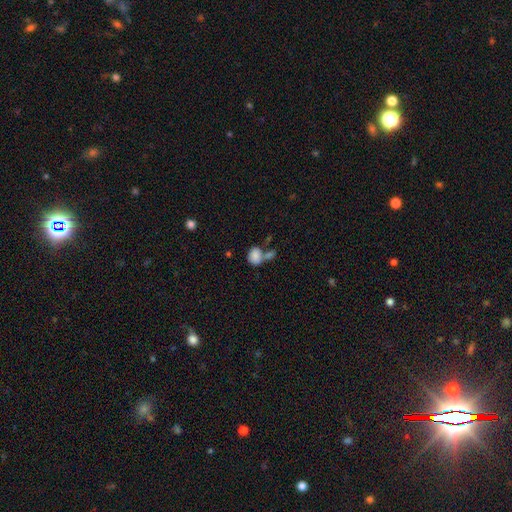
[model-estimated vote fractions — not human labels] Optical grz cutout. It shows a smooth galaxy with no disk features (83%) that is in between round and cigar-shaped (55%). Merging: merger (51%).